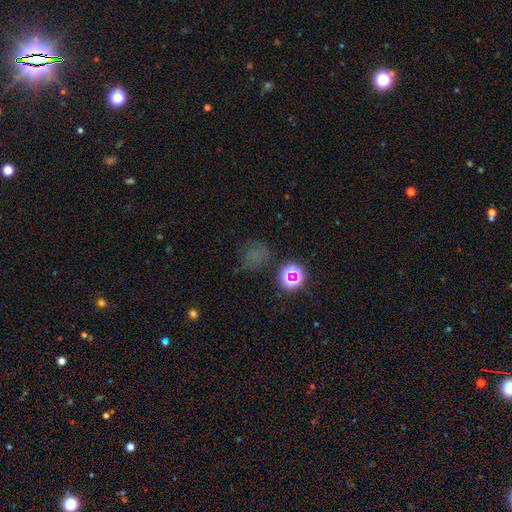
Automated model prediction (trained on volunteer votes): Overall: star or artifact (51%; smooth 40%).